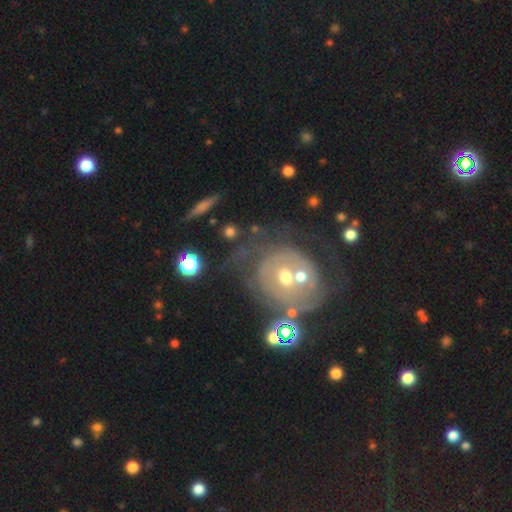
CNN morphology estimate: smooth-or-featured: featured or disk: 63% | star or artifact: 21% | smooth: 16%
  disk-edge-on: no: 95% | yes: 5%
    bar: no: 66% | weak: 24% | strong: 10%
    has-spiral-arms: yes: 71% | no: 29%
    bulge-size: small: 50% | moderate: 43% | large: 3% | none: 2% | dominant: 2%
  merging: none: 63% | minor disturbance: 16% | major disturbance: 11% | merger: 9%